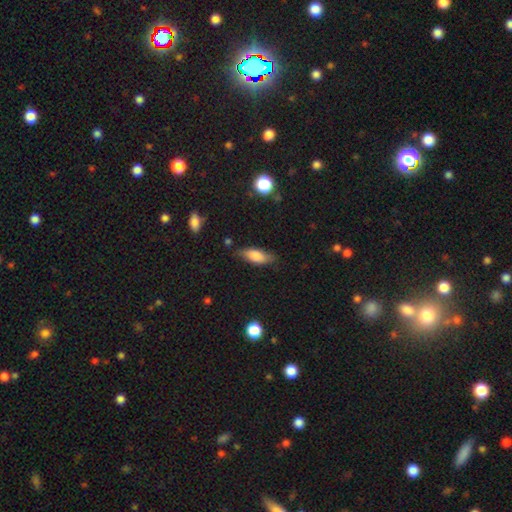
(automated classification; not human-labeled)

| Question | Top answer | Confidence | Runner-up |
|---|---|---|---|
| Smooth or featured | smooth | 73% | featured or disk (20%) |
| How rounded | in between | 72% | cigar-shaped (26%) |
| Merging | none | 73% | minor disturbance (21%) |